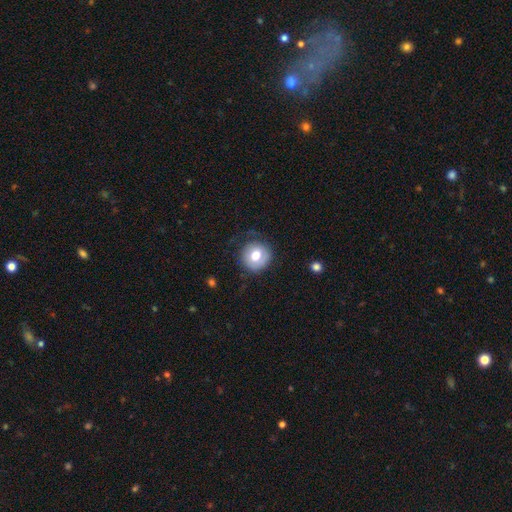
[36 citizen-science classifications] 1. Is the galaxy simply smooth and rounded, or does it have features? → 67% smooth, 28% featured or disk, 6% star or artifact.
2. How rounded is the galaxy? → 92% round, 8% in between, 0% cigar-shaped.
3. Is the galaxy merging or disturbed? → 65% none, 18% minor disturbance, 18% major disturbance, 0% merger.